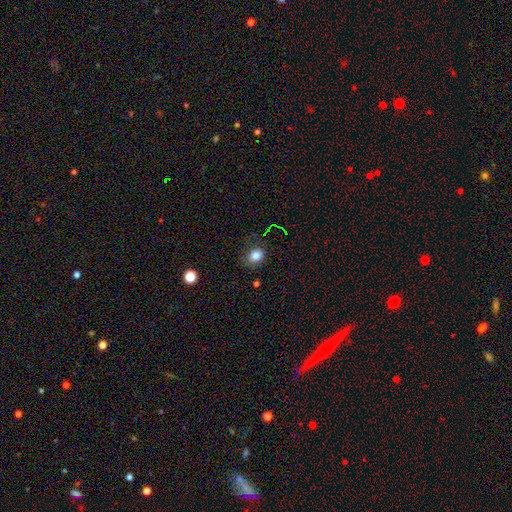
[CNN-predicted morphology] This is clearly a smooth galaxy (82%). How rounded: possibly round (52%). Merging: likely none (74%).